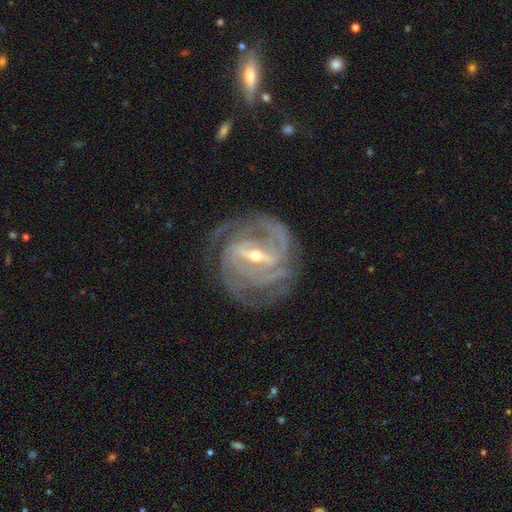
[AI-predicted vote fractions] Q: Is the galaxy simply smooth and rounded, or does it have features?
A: featured or disk — 92%.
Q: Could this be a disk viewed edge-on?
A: no — 96%.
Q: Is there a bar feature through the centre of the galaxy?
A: strong — 64%.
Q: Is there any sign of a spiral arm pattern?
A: yes — 97%.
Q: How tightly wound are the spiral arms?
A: tight — 65%.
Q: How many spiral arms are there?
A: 3 — 30%.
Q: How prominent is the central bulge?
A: moderate — 48%, tied with small.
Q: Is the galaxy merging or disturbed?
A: none — 75%.